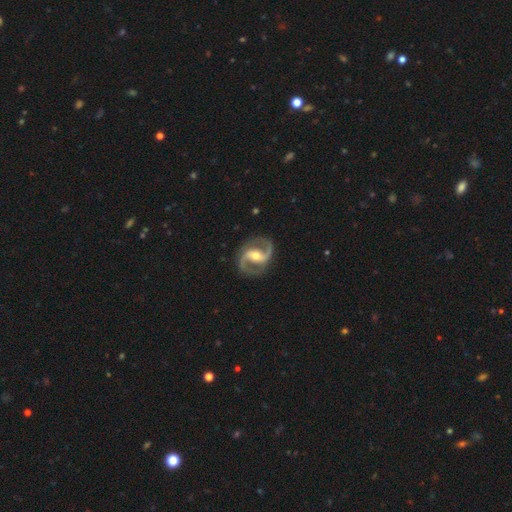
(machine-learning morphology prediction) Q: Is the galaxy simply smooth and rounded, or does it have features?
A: featured or disk — 93%.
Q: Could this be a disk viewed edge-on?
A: no — 98%.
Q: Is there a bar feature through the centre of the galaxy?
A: strong — 40%.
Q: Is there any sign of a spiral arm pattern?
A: yes — 98%.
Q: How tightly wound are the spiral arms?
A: medium — 62%.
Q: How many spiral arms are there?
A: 2 — 95%.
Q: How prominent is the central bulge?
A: moderate — 66%.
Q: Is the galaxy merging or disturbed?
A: none — 87%.